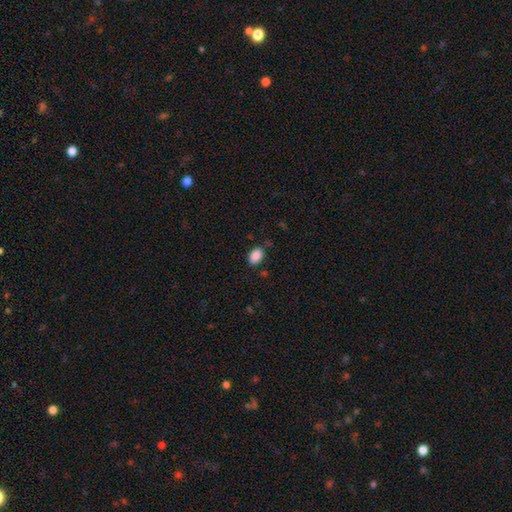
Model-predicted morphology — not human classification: This is clearly a smooth galaxy (89%). How rounded: clearly in between (85%). Merging: clearly none (82%).